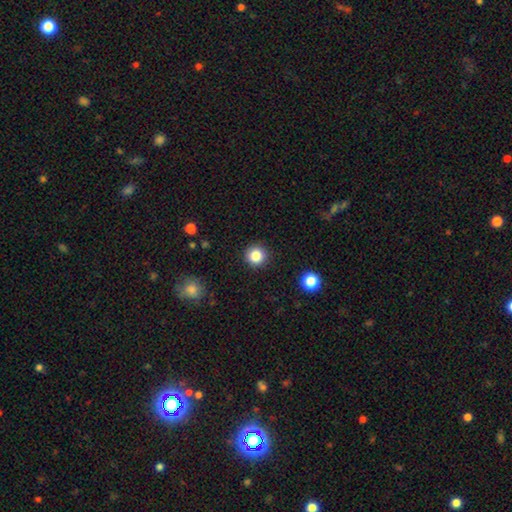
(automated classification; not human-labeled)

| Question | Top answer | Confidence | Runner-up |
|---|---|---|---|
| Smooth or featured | smooth | 85% | star or artifact (11%) |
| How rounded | round | 95% | in between (4%) |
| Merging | none | 91% | minor disturbance (6%) |